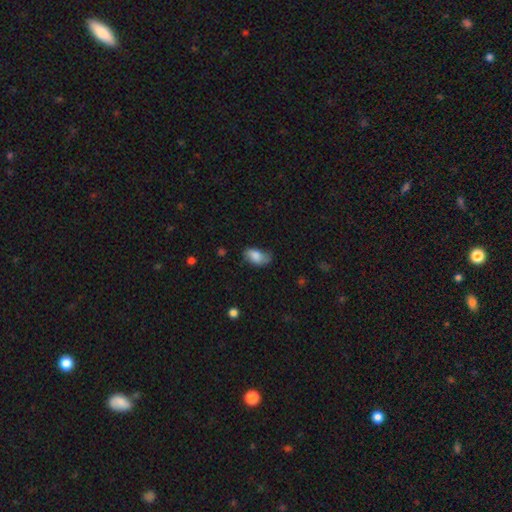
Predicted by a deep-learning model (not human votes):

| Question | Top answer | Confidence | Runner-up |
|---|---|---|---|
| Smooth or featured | smooth | 77% | featured or disk (15%) |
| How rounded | in between | 91% | round (6%) |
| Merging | none | 56% | minor disturbance (32%) |